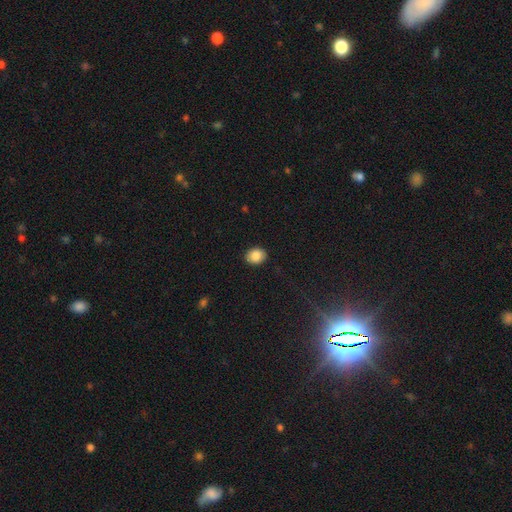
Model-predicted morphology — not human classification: This is clearly a smooth galaxy (88%). How rounded: possibly round (50%). Merging: clearly none (89%).